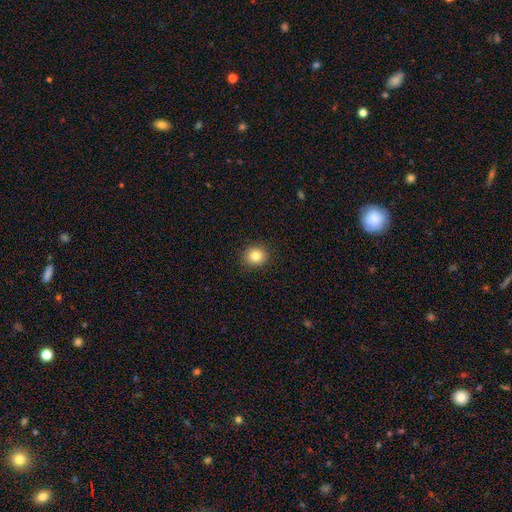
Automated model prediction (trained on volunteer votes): Smooth or featured: smooth — 83% (star or artifact — 11%)
How rounded: round — 83% (in between — 16%)
Merging: none — 92% (minor disturbance — 6%)